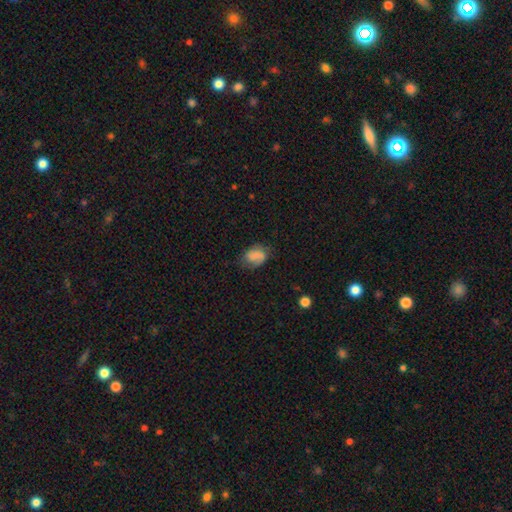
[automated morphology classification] A smooth galaxy with no disk features (61%) that is in between round and cigar-shaped (73%). Merging: none (60%).